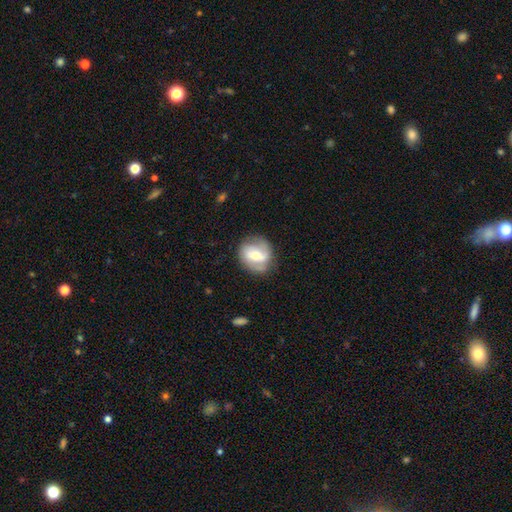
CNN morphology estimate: This is likely a featured or disk galaxy (63%). It is clearly not viewed edge-on (96%). Bar: marginally weak (39%). Spiral arm pattern: likely yes (80%). Central bulge: possibly moderate (55%). Merging: likely none (72%).